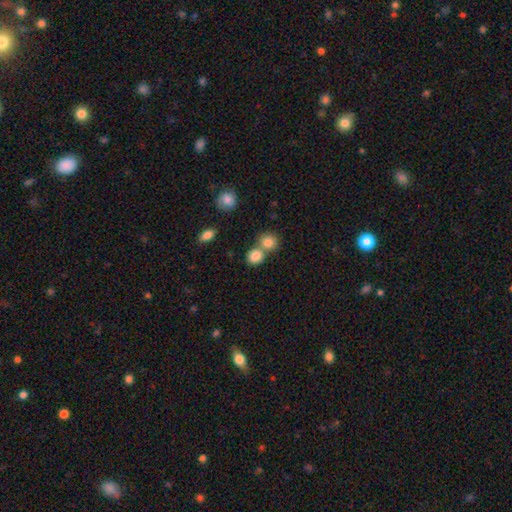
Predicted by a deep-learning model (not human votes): Smooth or featured: smooth — 84% (star or artifact — 10%)
How rounded: round — 75% (in between — 23%)
Merging: none — 48% (merger — 41%)